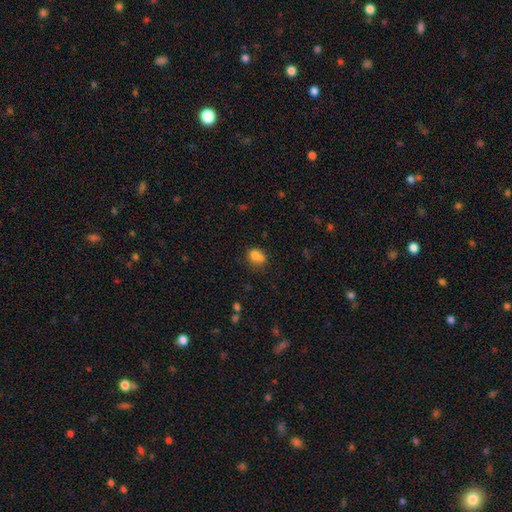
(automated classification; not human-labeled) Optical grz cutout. It shows a smooth galaxy with no disk features (75%) that is round (56%). Merging: merger (39%).